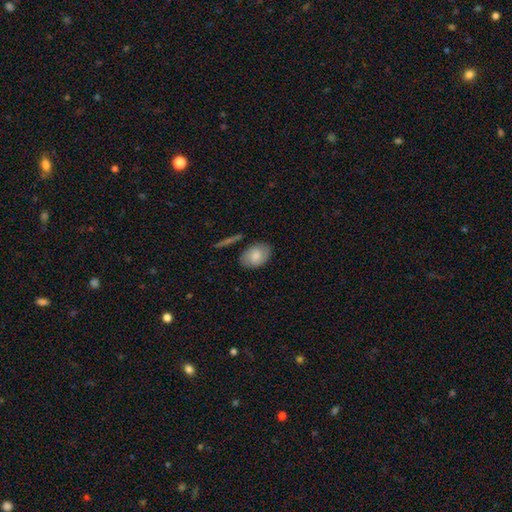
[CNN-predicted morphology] Overall: smooth (75%). How rounded: in between (85%). Merging: none (78%).